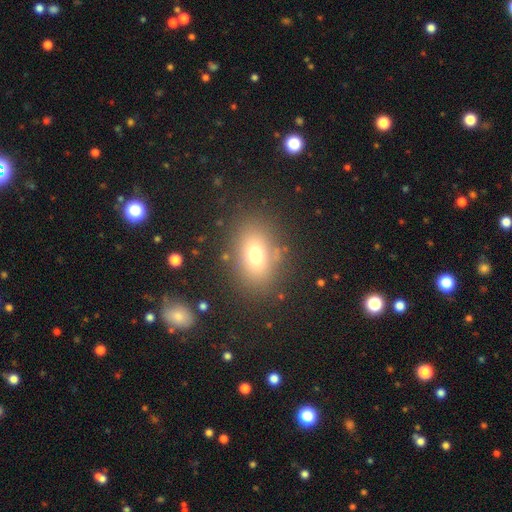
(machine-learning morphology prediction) This is likely a smooth galaxy (72%). How rounded: likely in between (77%). Merging: clearly none (82%).